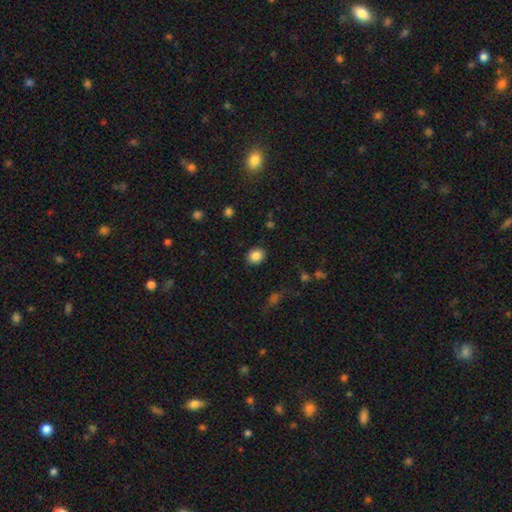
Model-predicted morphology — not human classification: type=smooth (85%); roundness=round (59%); merging=none (88%).